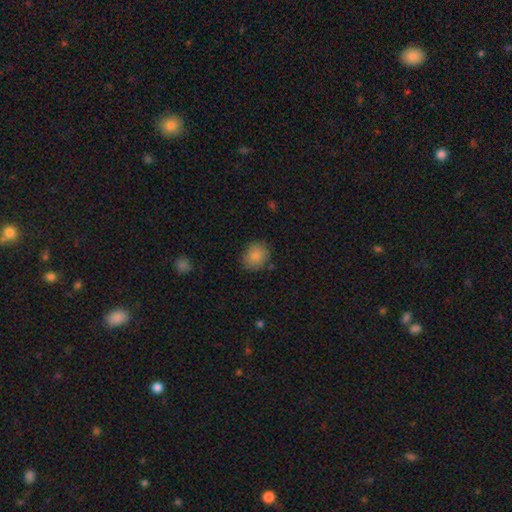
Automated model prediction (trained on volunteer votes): smooth_or_featured: smooth (p=0.85) [alt: star or artifact p=0.08]
how_rounded: round (p=0.63) [alt: in between p=0.37]
merging: none (p=0.80) [alt: minor disturbance p=0.14]